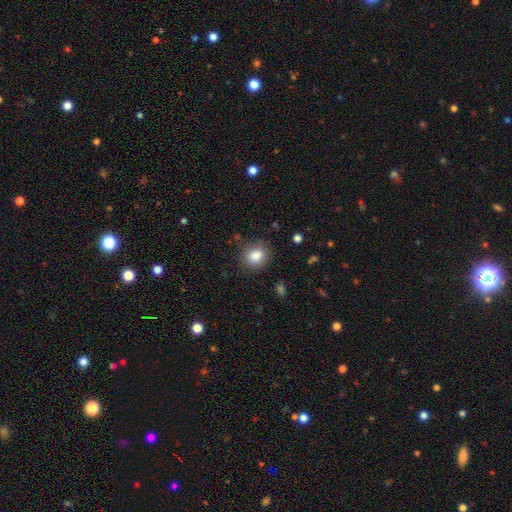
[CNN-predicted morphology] The model was most divided on "how rounded": round: 75%, in between: 24%, cigar-shaped: 1%. More confident: smooth or featured — smooth (85%); merging — none (83%).